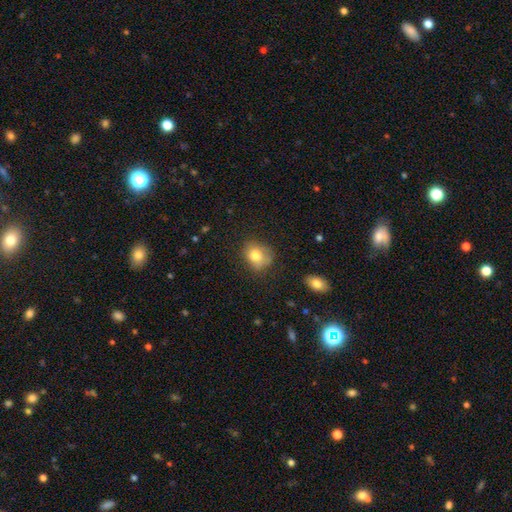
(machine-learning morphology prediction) smooth_or_featured: smooth (p=0.77) [alt: featured or disk p=0.13]
how_rounded: round (p=0.60) [alt: in between p=0.39]
merging: none (p=0.61) [alt: minor disturbance p=0.27]